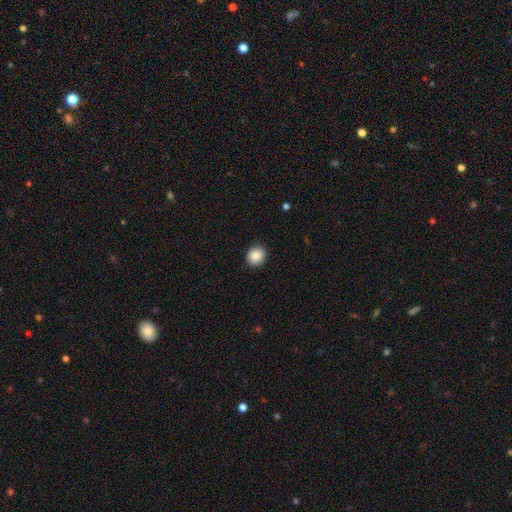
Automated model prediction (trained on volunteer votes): This appears to be a smooth galaxy with no disk features (89%) that is round (79%). Merging: none (89%).